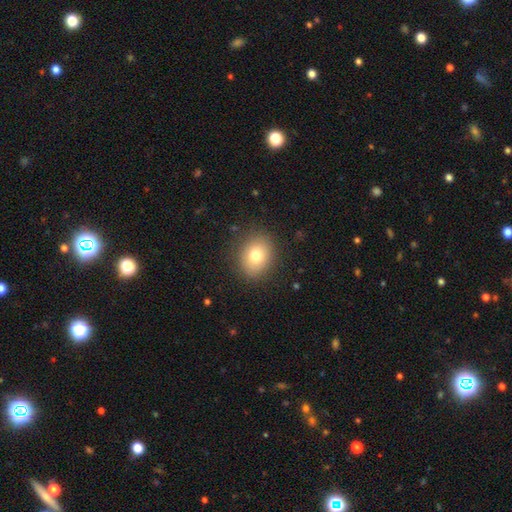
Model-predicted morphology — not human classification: A smooth galaxy with no disk features (78%) that is round (54%). Merging: none (87%).